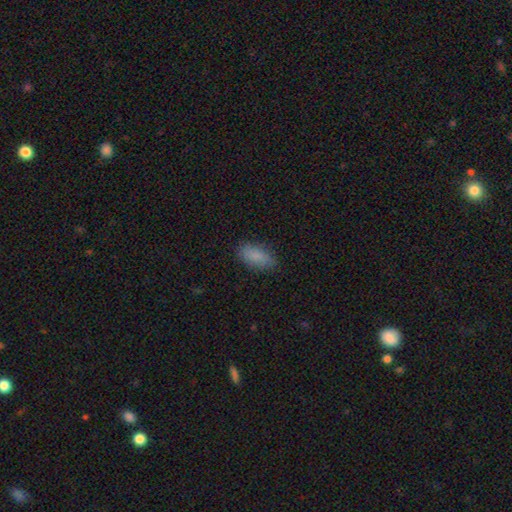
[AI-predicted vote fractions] smooth-or-featured: smooth: 87% | star or artifact: 7% | featured or disk: 6%
  how-rounded: in between: 87% | cigar-shaped: 10% | round: 3%
  merging: none: 82% | minor disturbance: 14% | major disturbance: 3% | merger: 1%